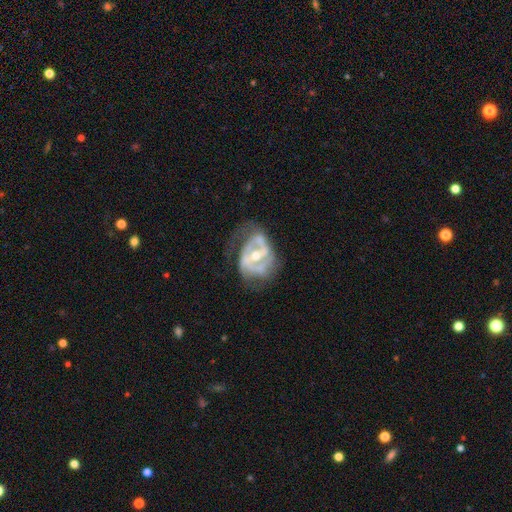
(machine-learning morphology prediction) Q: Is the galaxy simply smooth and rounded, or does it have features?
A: featured or disk — 84%.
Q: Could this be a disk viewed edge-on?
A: no — 97%.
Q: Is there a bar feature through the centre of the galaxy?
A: weak — 38%.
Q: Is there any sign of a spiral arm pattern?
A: yes — 79%.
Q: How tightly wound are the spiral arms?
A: medium — 43%.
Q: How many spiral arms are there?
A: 2 — 53%.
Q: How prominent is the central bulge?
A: moderate — 60%.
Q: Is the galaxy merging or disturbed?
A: none — 45%.